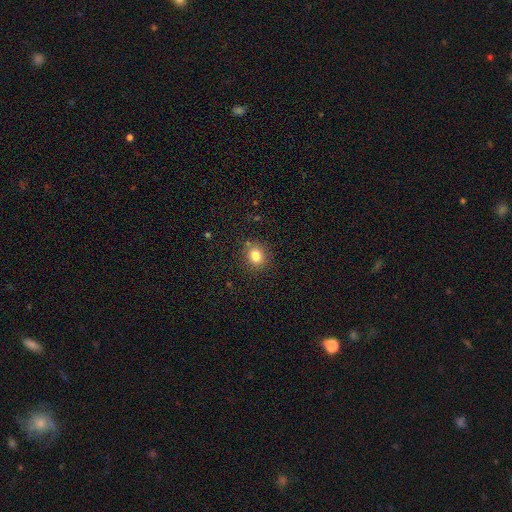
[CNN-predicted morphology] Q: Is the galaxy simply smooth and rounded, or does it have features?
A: smooth — 82%.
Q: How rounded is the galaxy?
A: round — 74%.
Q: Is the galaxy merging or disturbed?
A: none — 86%.